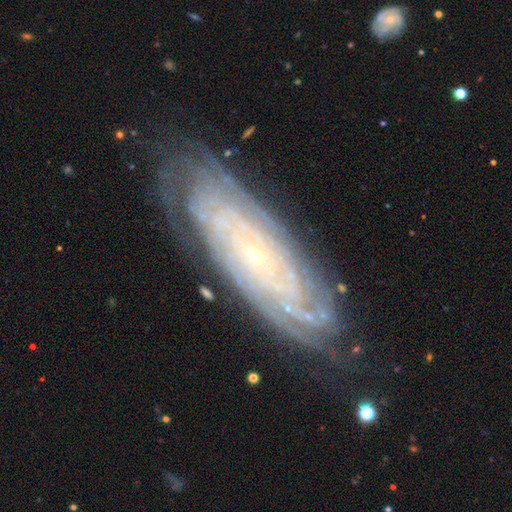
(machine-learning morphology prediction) Smooth or featured? featured or disk (87%)
Edge-on disk? no (89%)
Bar? no (76%)
Spiral arms? yes (97%)
Spiral winding? tight (85%)
Spiral arm count? can't tell (34%)
Bulge size? small (88%)
Merging? none (81%)